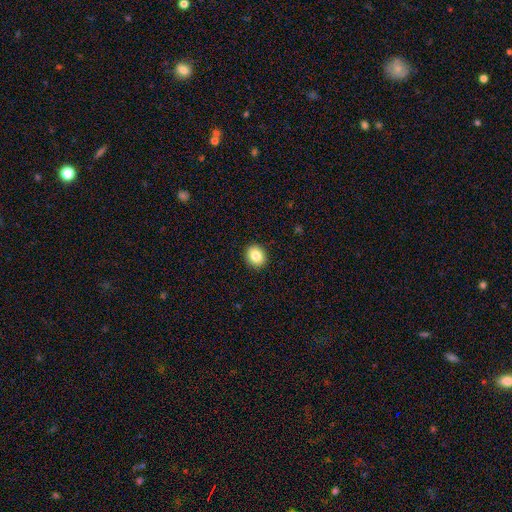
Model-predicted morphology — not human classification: Smooth or featured?
  - smooth: 84% *
  - star or artifact: 9%
  - featured or disk: 7%
How rounded?
  - round: 70% *
  - in between: 30%
  - cigar-shaped: 1%
Merging?
  - none: 91% *
  - minor disturbance: 6%
  - major disturbance: 2%
  - merger: 1%